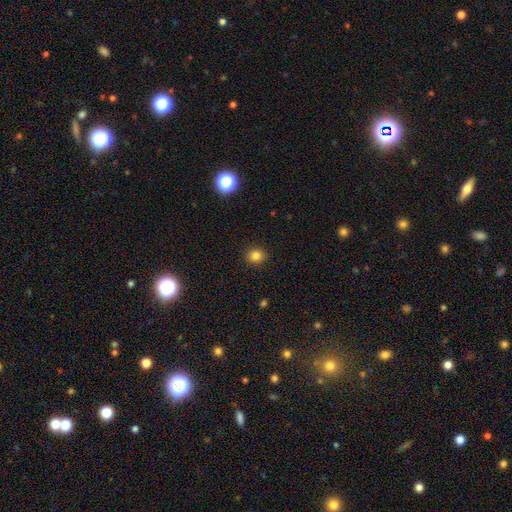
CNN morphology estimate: A smooth galaxy with no disk features (83%) that is round (78%).

Vote fractions:
- Smooth or featured? smooth: 83% / star or artifact: 12% / featured or disk: 5%
- How rounded? round: 78% / in between: 21% / cigar-shaped: 1%
- Merging? none: 91% / minor disturbance: 6% / major disturbance: 2% / merger: 1%